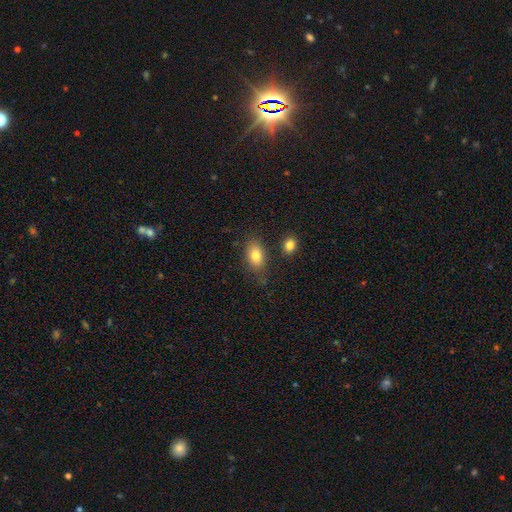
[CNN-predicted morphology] Q: Smooth or featured?
A: smooth (81%); runner-up: featured or disk (11%)
Q: How rounded?
A: in between (85%); runner-up: round (13%)
Q: Merging?
A: none (73%); runner-up: minor disturbance (16%)